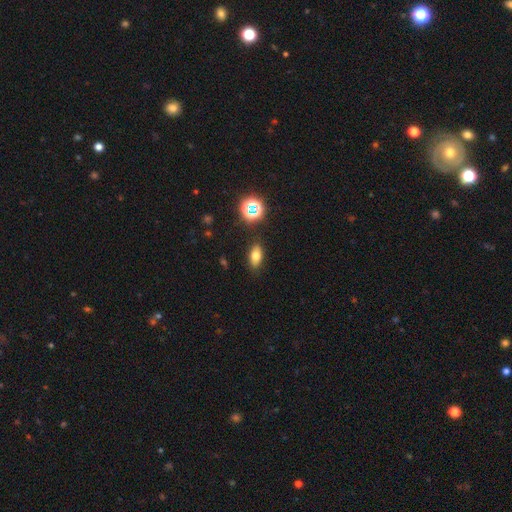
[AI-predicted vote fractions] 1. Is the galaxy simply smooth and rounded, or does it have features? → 72% smooth, 15% star or artifact, 13% featured or disk.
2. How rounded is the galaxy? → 83% in between, 10% round, 7% cigar-shaped.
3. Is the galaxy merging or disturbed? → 86% none, 10% minor disturbance, 3% major disturbance, 2% merger.